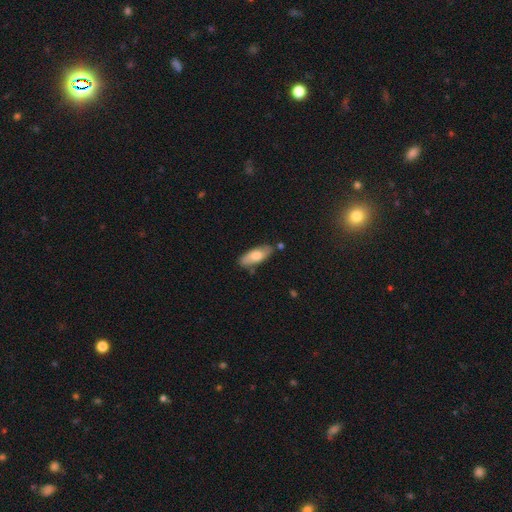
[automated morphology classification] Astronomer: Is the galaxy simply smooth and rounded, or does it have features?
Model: smooth — 69%.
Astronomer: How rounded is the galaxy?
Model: in between — 73%.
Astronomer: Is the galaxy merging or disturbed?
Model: none — 76%.